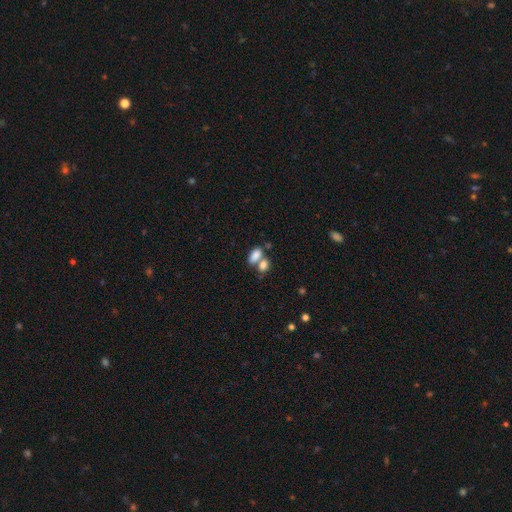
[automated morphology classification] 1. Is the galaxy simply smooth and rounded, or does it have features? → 82% smooth, 9% featured or disk, 9% star or artifact.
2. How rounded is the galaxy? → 90% in between, 7% round, 3% cigar-shaped.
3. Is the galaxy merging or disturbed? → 52% merger, 34% none, 9% minor disturbance, 5% major disturbance.